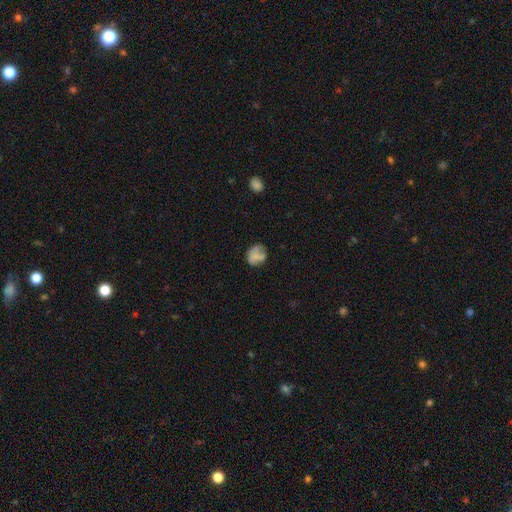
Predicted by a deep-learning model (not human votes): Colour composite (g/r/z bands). It shows a smooth galaxy with no disk features (58%) that is round (65%). Merging: none (54%).